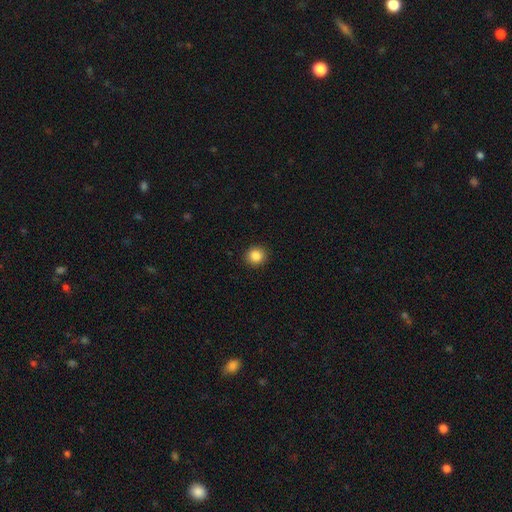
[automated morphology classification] Q: Smooth or featured?
A: smooth (86%); runner-up: star or artifact (10%)
Q: How rounded?
A: round (89%); runner-up: in between (10%)
Q: Merging?
A: none (92%); runner-up: minor disturbance (5%)